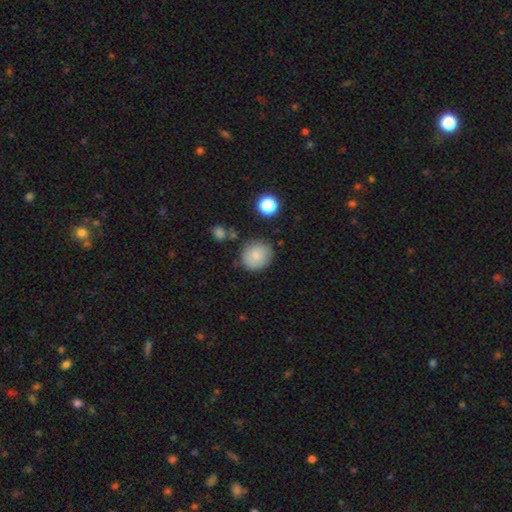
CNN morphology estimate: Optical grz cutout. It shows a smooth galaxy with no disk features (82%) that is round (81%). Merging: none (79%).